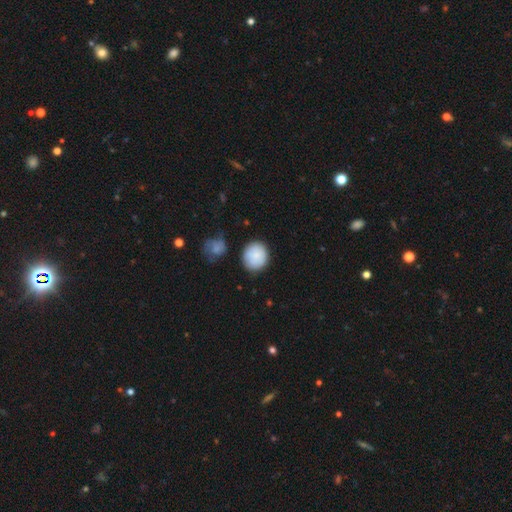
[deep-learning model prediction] smooth-or-featured: smooth: 85% | featured or disk: 8% | star or artifact: 7%
  how-rounded: round: 84% | in between: 15% | cigar-shaped: 1%
  merging: none: 81% | minor disturbance: 12% | merger: 4% | major disturbance: 3%